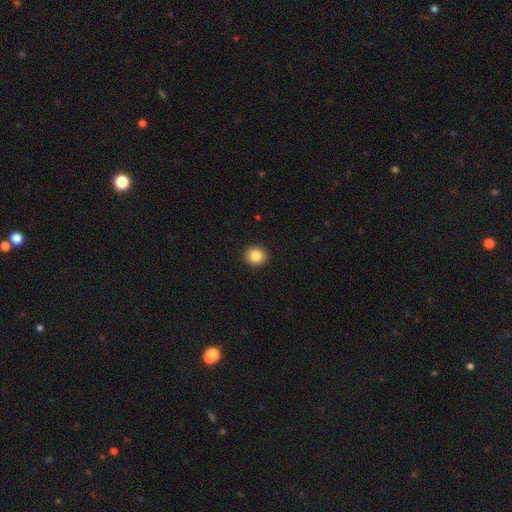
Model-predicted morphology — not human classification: smooth_or_featured: smooth (p=0.85) [alt: star or artifact p=0.10]
how_rounded: round (p=0.87) [alt: in between p=0.12]
merging: none (p=0.93) [alt: minor disturbance p=0.05]